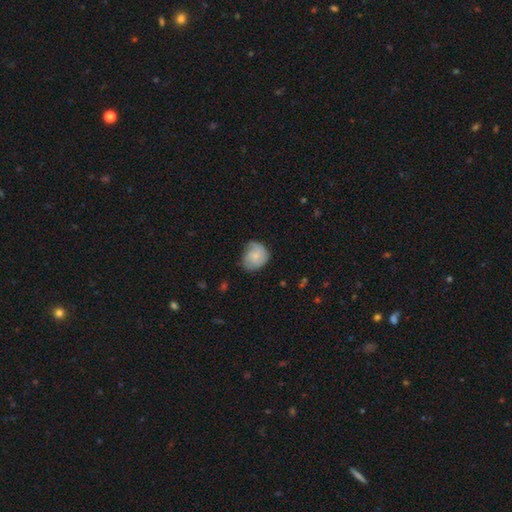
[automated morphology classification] Q: Smooth or featured?
A: smooth (54%); runner-up: featured or disk (40%)
Q: How rounded?
A: round (71%); runner-up: in between (28%)
Q: Merging?
A: none (57%); runner-up: minor disturbance (31%)